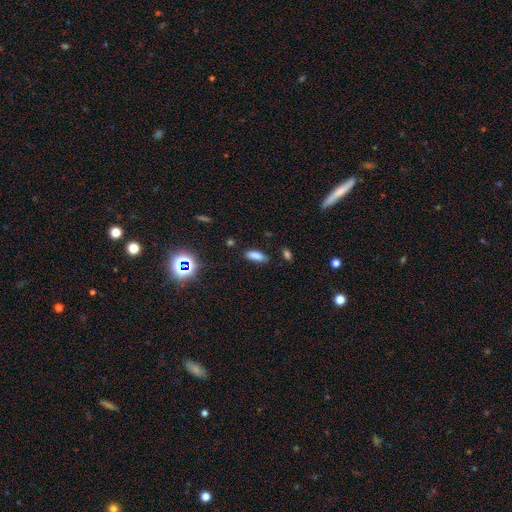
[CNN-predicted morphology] A smooth galaxy with no disk features (79%) that is in between round and cigar-shaped (71%).

Vote fractions:
- Smooth or featured? smooth: 79% / star or artifact: 13% / featured or disk: 8%
- How rounded? in between: 71% / cigar-shaped: 26% / round: 3%
- Merging? none: 76% / minor disturbance: 18% / major disturbance: 4% / merger: 3%